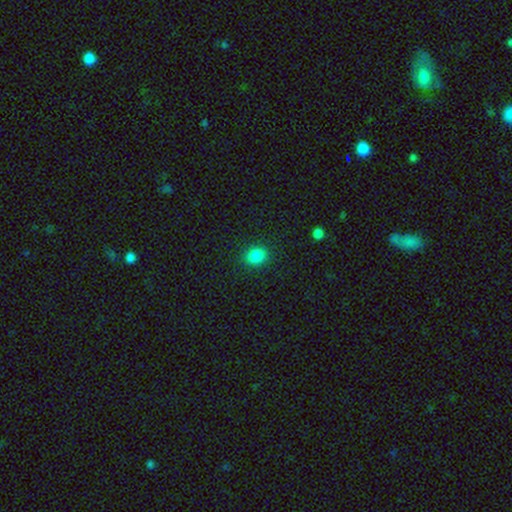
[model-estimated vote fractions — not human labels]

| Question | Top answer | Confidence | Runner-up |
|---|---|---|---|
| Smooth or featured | smooth | 85% | star or artifact (11%) |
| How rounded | round | 60% | in between (39%) |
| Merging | none | 88% | minor disturbance (8%) |